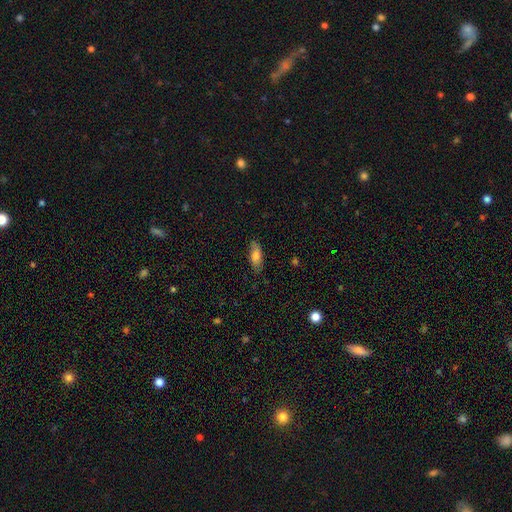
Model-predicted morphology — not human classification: Q: Smooth or featured?
A: smooth (75%); runner-up: featured or disk (18%)
Q: How rounded?
A: in between (74%); runner-up: cigar-shaped (24%)
Q: Merging?
A: none (81%); runner-up: minor disturbance (15%)